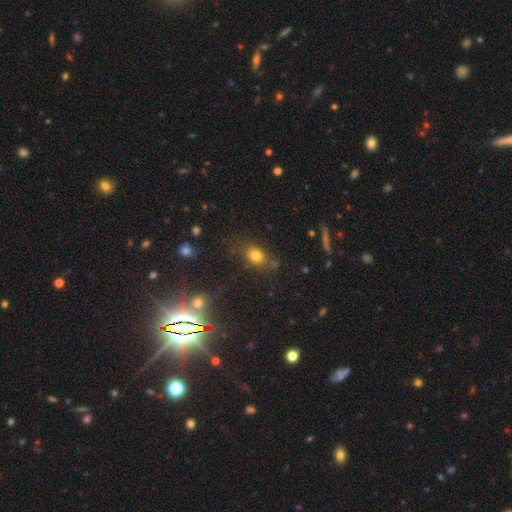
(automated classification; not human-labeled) Morphology: type=smooth (75%); roundness=in between (56%); merging=none (71%).